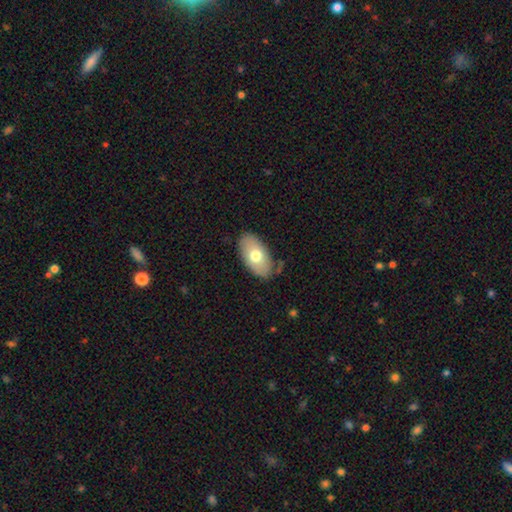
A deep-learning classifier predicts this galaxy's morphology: A smooth galaxy with no disk features (69%) that is in between round and cigar-shaped (94%).

Vote fractions:
- Smooth or featured? smooth: 69% / featured or disk: 25% / star or artifact: 6%
- How rounded? in between: 94% / round: 4% / cigar-shaped: 2%
- Merging? none: 80% / minor disturbance: 15% / major disturbance: 3% / merger: 2%